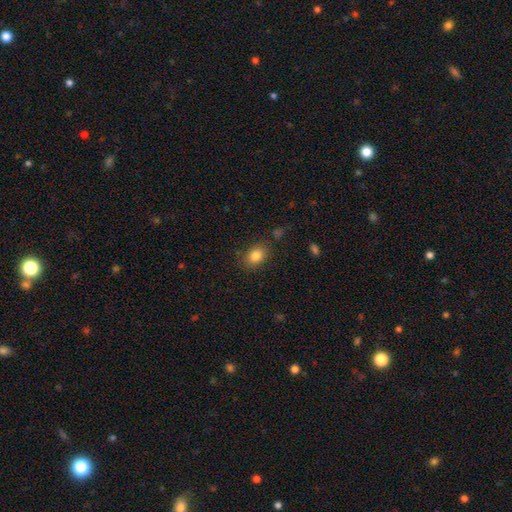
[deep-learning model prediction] A smooth galaxy with no disk features (84%) that is in between round and cigar-shaped (69%). Merging: none (82%).